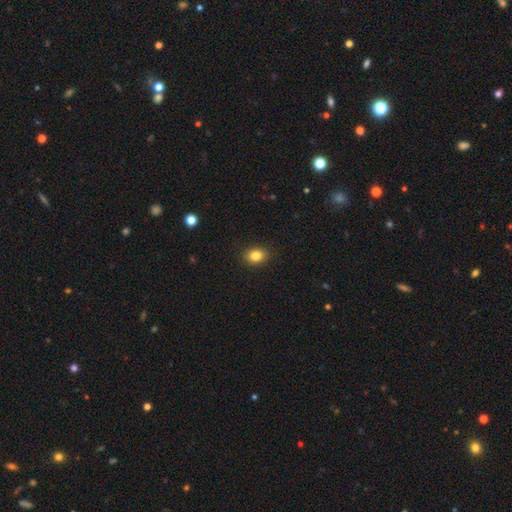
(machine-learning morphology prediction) smooth-or-featured: smooth: 85% | star or artifact: 10% | featured or disk: 6%
  how-rounded: in between: 62% | round: 37% | cigar-shaped: 1%
  merging: none: 89% | minor disturbance: 8% | major disturbance: 2% | merger: 1%